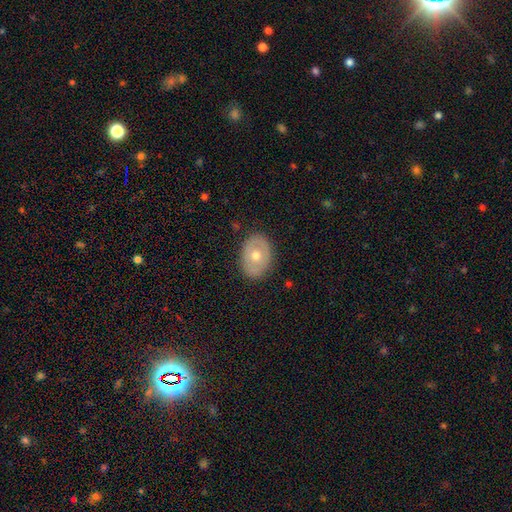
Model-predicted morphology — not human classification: This appears to be a smooth galaxy with no disk features (49%). Merging: none (86%).